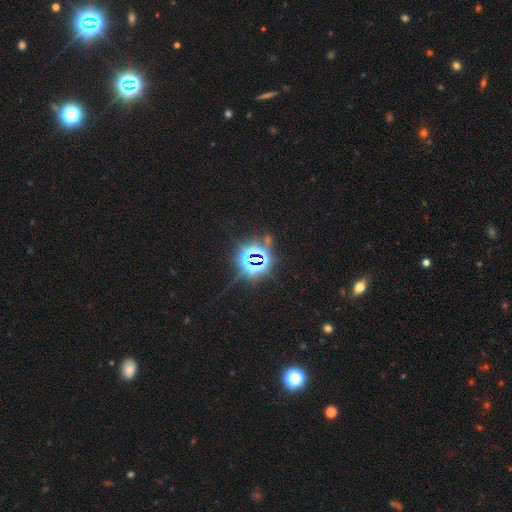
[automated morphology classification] star or artifact 83%, smooth 10%, featured or disk 7%.